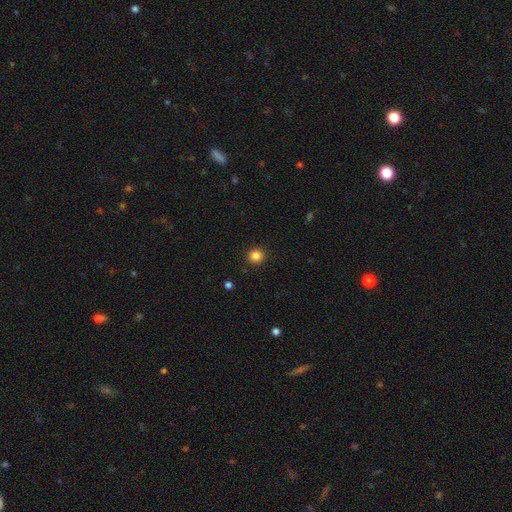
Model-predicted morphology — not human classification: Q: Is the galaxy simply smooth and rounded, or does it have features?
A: smooth — 84%.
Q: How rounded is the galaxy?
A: round — 90%.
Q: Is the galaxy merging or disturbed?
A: none — 92%.